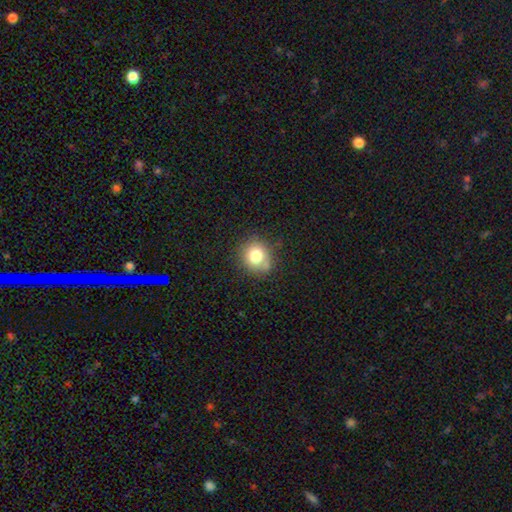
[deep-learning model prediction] This is likely a smooth galaxy (78%). How rounded: likely round (78%). Merging: likely none (75%).